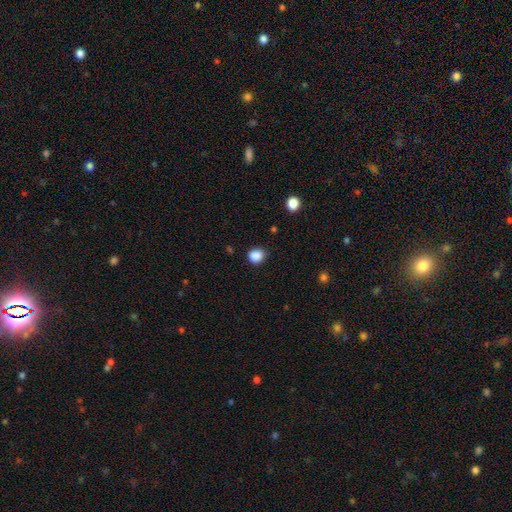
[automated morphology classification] This appears to be a smooth galaxy with no disk features (87%) that is round (75%). Merging: none (85%).